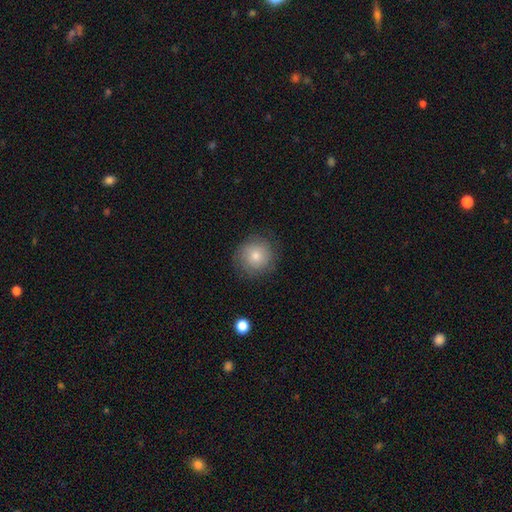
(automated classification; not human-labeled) This appears to be a smooth galaxy with no disk features (74%) that is round (93%). Merging: none (83%).